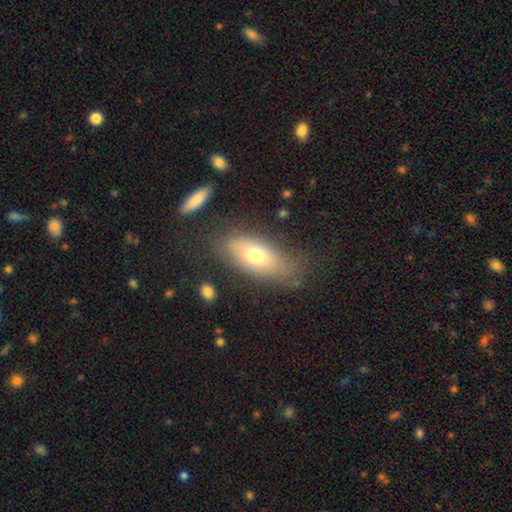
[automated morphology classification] smooth_or_featured: smooth (p=0.67) [alt: featured or disk p=0.25]
how_rounded: in between (p=0.82) [alt: cigar-shaped p=0.13]
merging: none (p=0.69) [alt: minor disturbance p=0.19]